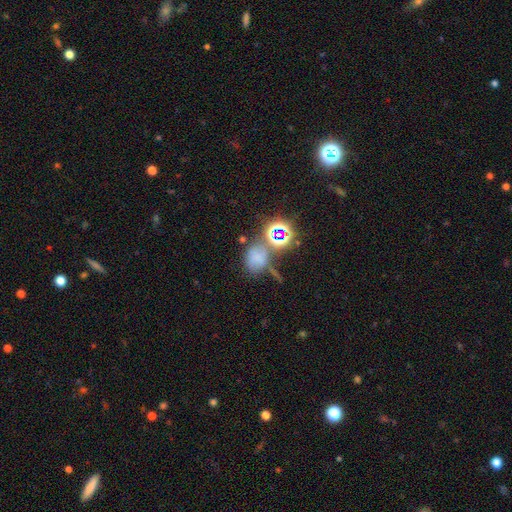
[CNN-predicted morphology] A smooth galaxy with no disk features (52%) that is in between round and cigar-shaped (56%). Merging: none (44%).